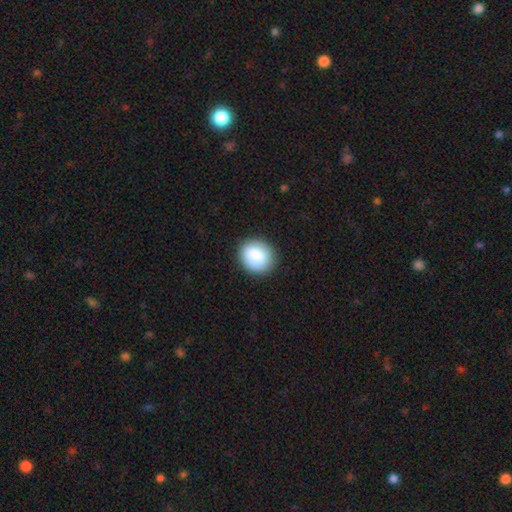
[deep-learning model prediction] A smooth galaxy with no disk features (84%) that is round (68%). Merging: none (85%).